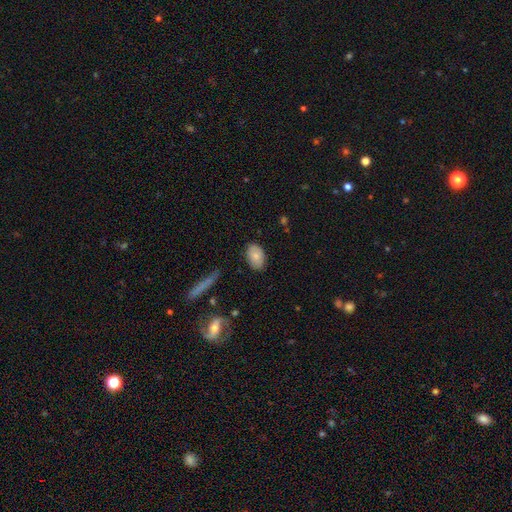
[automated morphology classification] Q: Smooth or featured?
A: smooth (78%); runner-up: featured or disk (15%)
Q: How rounded?
A: in between (90%); runner-up: round (8%)
Q: Merging?
A: none (82%); runner-up: minor disturbance (13%)